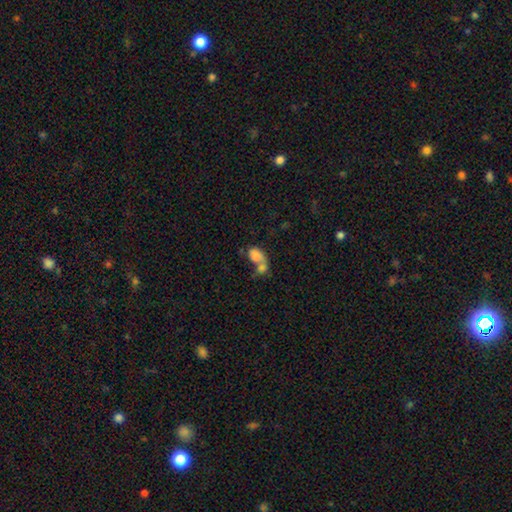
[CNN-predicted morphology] A smooth galaxy with no disk features (74%) that is in between round and cigar-shaped (74%). Merging: merger (72%).